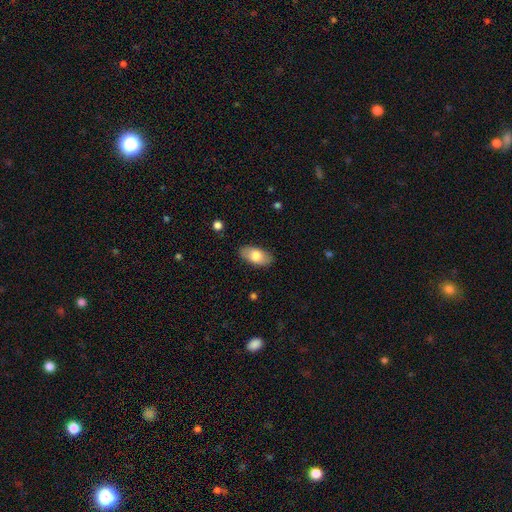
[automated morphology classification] The model was most divided on "smooth or featured": smooth: 77%, featured or disk: 17%, star or artifact: 6%. More confident: how rounded — in between (93%); merging — none (86%).